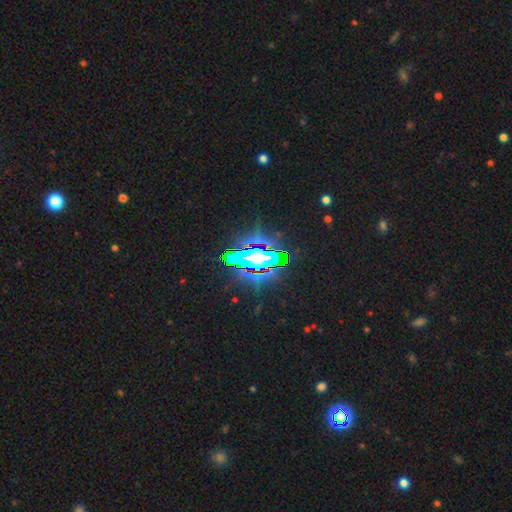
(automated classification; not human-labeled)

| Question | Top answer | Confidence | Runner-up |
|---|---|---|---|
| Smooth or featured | star or artifact | 77% | featured or disk (12%) |